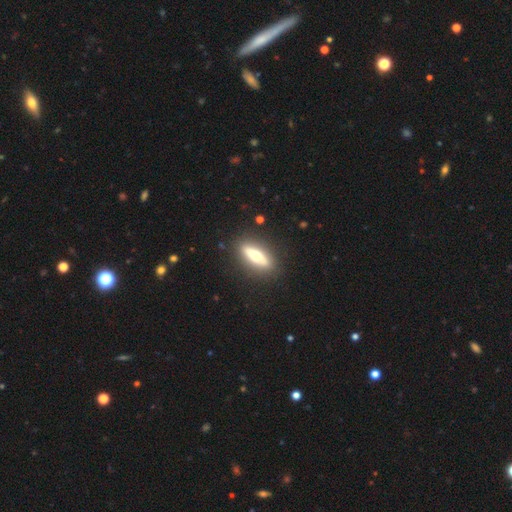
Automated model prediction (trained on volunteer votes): smooth-or-featured: featured or disk: 56% | smooth: 37% | star or artifact: 7%
  disk-edge-on: yes: 83% | no: 17%
  merging: none: 88% | minor disturbance: 8% | major disturbance: 3% | merger: 1%